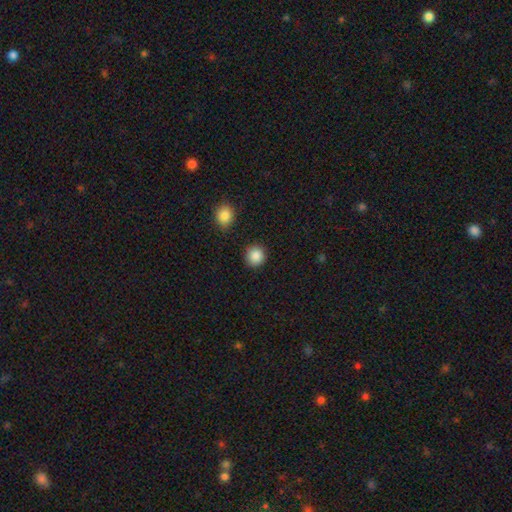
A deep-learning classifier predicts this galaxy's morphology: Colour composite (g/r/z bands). It shows a smooth galaxy with no disk features (88%) that is round (91%). Merging: none (89%).